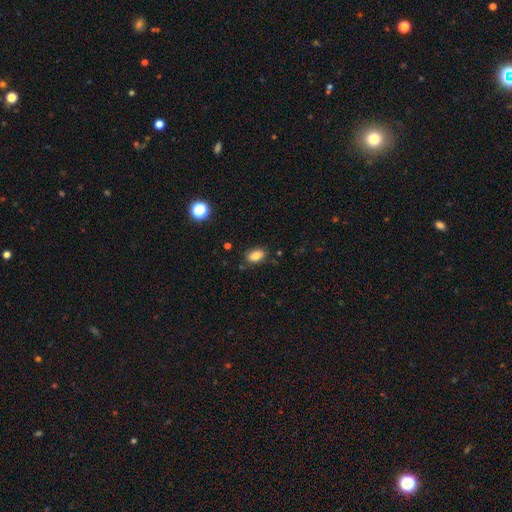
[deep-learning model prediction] This appears to be a smooth galaxy with no disk features (84%) that is in between round and cigar-shaped (88%). Merging: none (81%).